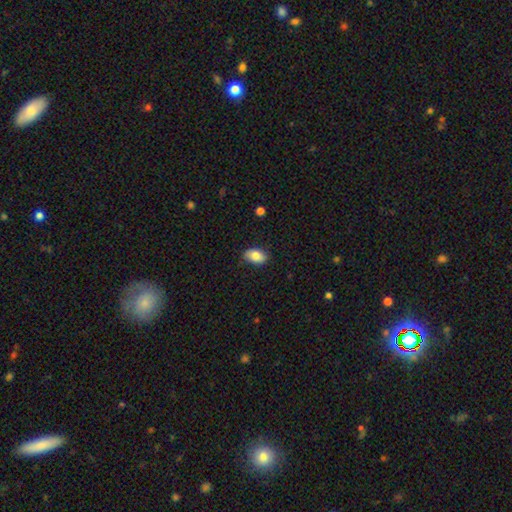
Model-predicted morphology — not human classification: smooth-or-featured: smooth: 81% | featured or disk: 12% | star or artifact: 7%
  how-rounded: in between: 89% | round: 10% | cigar-shaped: 2%
  merging: none: 82% | minor disturbance: 15% | major disturbance: 3% | merger: 1%